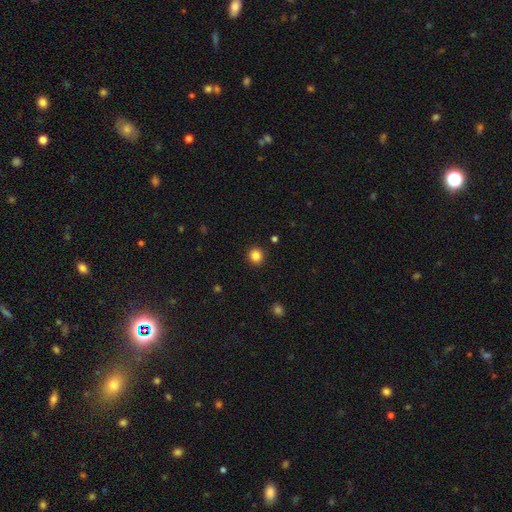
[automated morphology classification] smooth 85%, star or artifact 11%, featured or disk 4%. Down the decision tree: how rounded — round (93%); merging — none (92%).